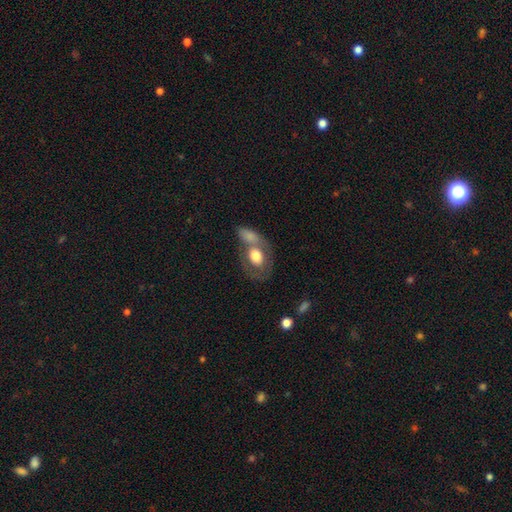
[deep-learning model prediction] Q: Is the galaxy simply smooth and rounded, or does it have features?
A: smooth — 61%.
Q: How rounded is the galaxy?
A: in between — 71%.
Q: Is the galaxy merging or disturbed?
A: merger — 42%.